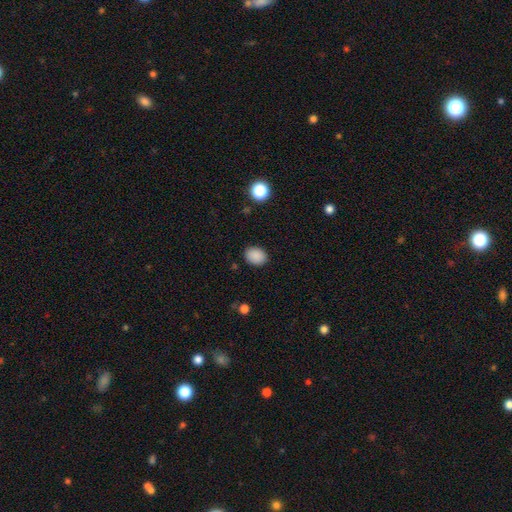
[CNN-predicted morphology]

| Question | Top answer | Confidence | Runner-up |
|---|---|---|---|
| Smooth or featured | smooth | 88% | star or artifact (9%) |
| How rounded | in between | 58% | round (41%) |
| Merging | none | 87% | minor disturbance (9%) |